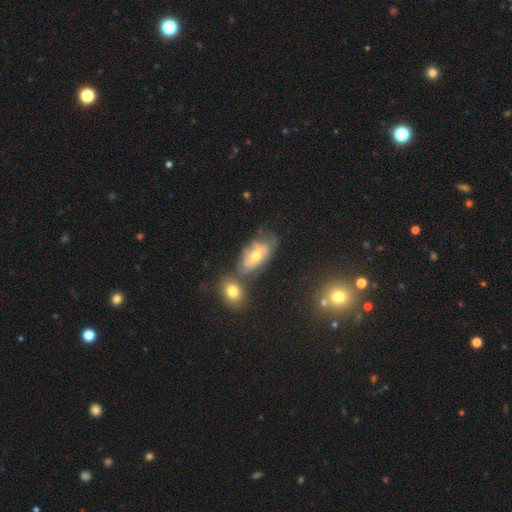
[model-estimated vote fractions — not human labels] Overall: featured or disk (48%; smooth 42%). Merging: none (39%; merger 24%).